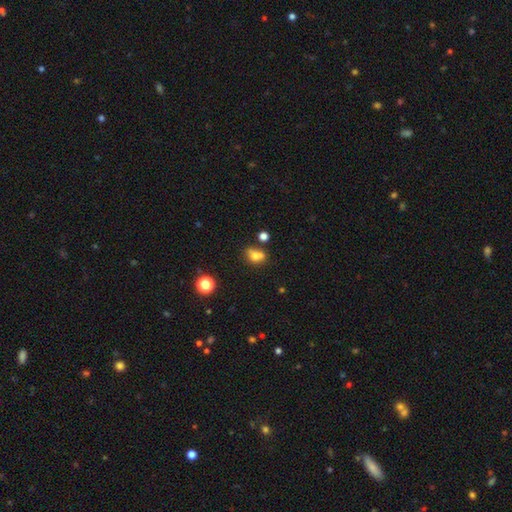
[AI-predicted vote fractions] Overall: smooth (69%). How rounded: round (51%; in between 47%). Merging: none (45%; merger 32%).